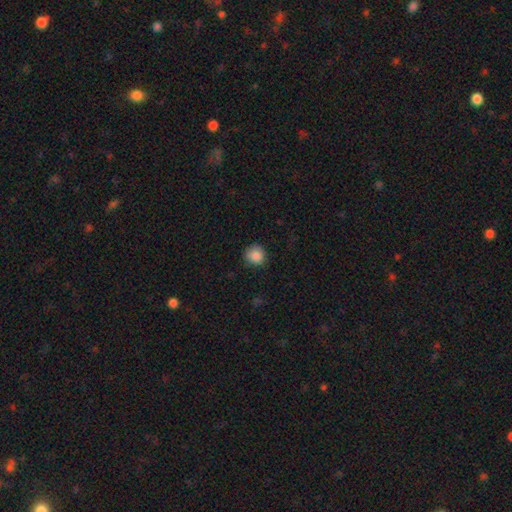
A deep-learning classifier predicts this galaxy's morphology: type=smooth (87%); roundness=round (91%); merging=none (84%).